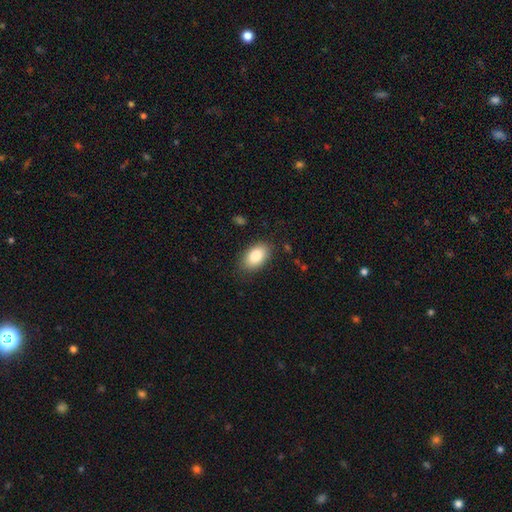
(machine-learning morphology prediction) A smooth galaxy with no disk features (84%) that is in between round and cigar-shaped (91%). Merging: none (84%).